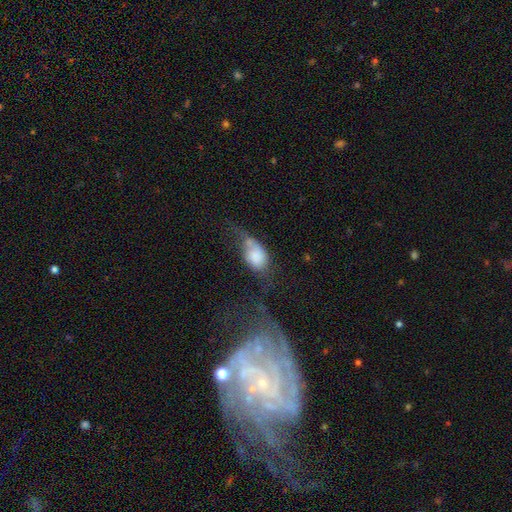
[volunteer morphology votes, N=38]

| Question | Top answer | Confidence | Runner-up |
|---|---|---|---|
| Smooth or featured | smooth | 74% | featured or disk (18%) |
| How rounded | in between | 96% | round (4%) |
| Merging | minor disturbance | 37% | tied: major disturbance (37%) |